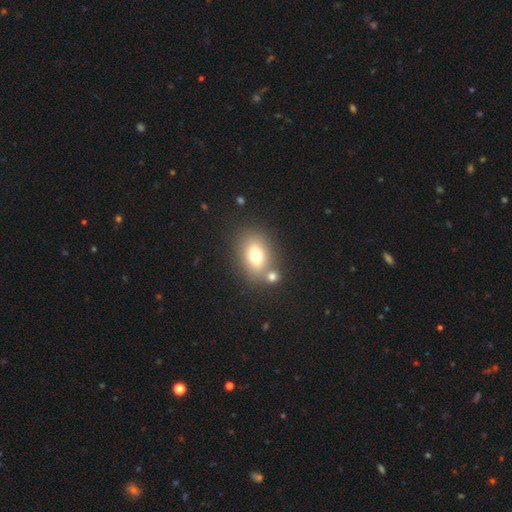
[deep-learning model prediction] smooth 72%, featured or disk 17%, star or artifact 11%. Down the decision tree: how rounded — in between (72%); merging — none (62%).